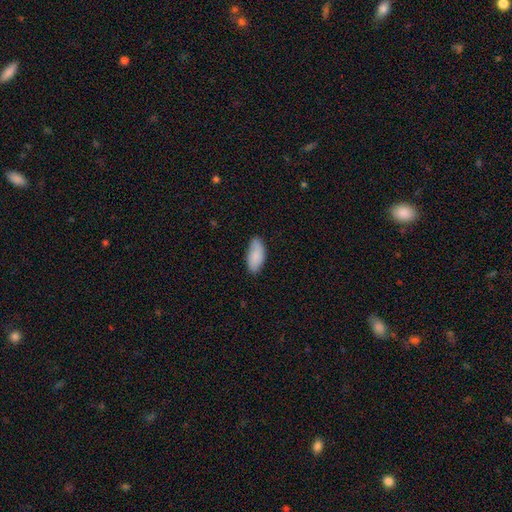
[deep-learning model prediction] This is clearly a smooth galaxy (85%). How rounded: clearly in between (91%). Merging: likely none (77%).